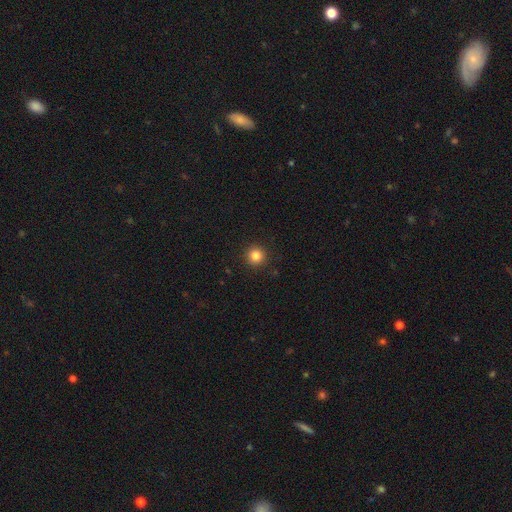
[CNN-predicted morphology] smooth 84%, star or artifact 12%, featured or disk 4%. Down the decision tree: how rounded — round (95%); merging — none (92%).